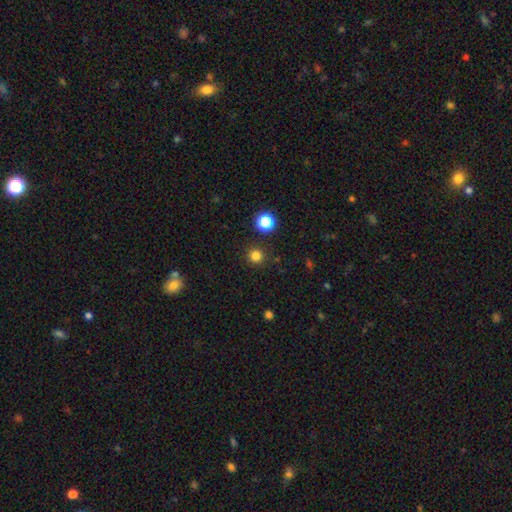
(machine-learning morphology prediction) A smooth galaxy with no disk features (81%) that is round (95%). Merging: none (91%).